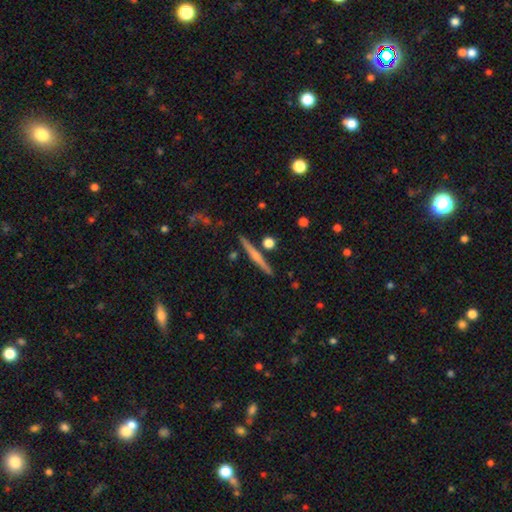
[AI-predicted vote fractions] The model was most divided on "edge-on bulge": rounded: 48%, none: 41%, boxy: 11%. More confident: edge-on disk — yes (98%); merging — none (88%); smooth or featured — featured or disk (55%).